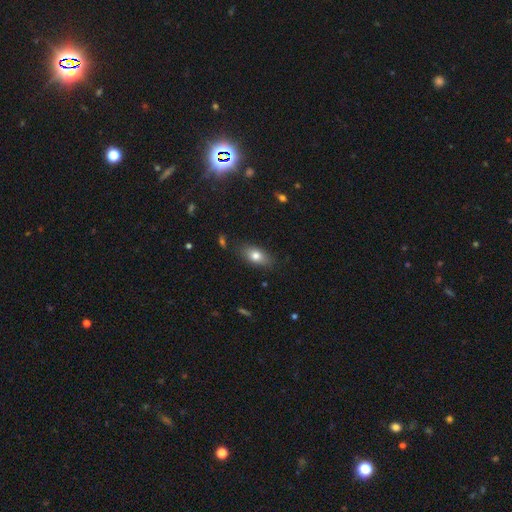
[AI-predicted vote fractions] The model was most divided on "smooth or featured": smooth: 76%, featured or disk: 15%, star or artifact: 8%. More confident: how rounded — in between (85%); merging — none (83%).